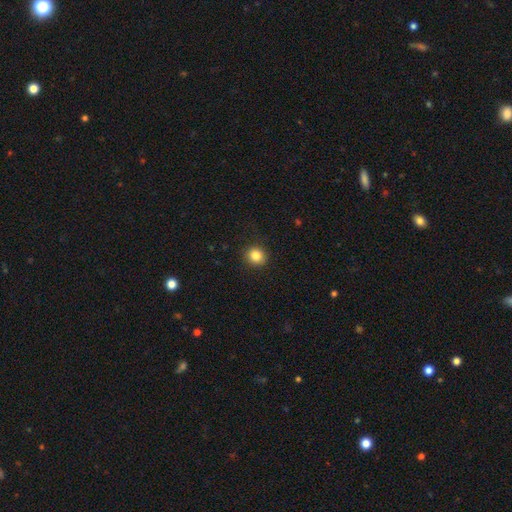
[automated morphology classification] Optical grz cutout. It shows a smooth galaxy with no disk features (85%) that is round (87%). Merging: none (91%).